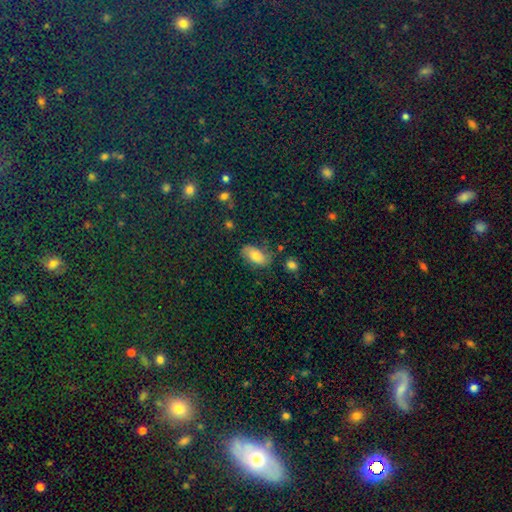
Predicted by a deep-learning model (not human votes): A smooth galaxy with no disk features (67%) that is in between round and cigar-shaped (91%).

Vote fractions:
- Smooth or featured? smooth: 67% / featured or disk: 21% / star or artifact: 12%
- How rounded? in between: 91% / round: 5% / cigar-shaped: 4%
- Merging? none: 72% / minor disturbance: 20% / major disturbance: 6% / merger: 3%